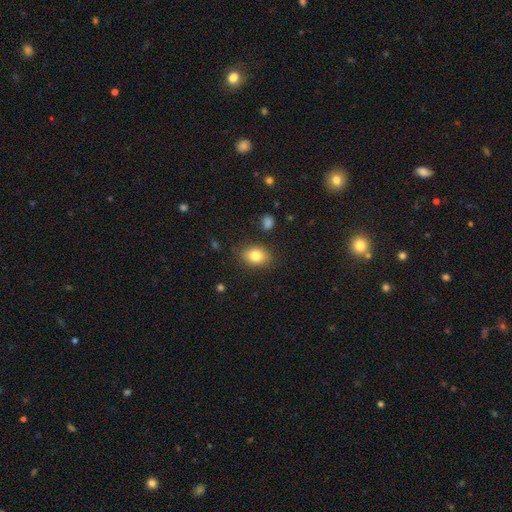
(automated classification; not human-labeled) smooth 82%, star or artifact 9%, featured or disk 9%. Down the decision tree: how rounded — in between (65%); merging — none (82%).